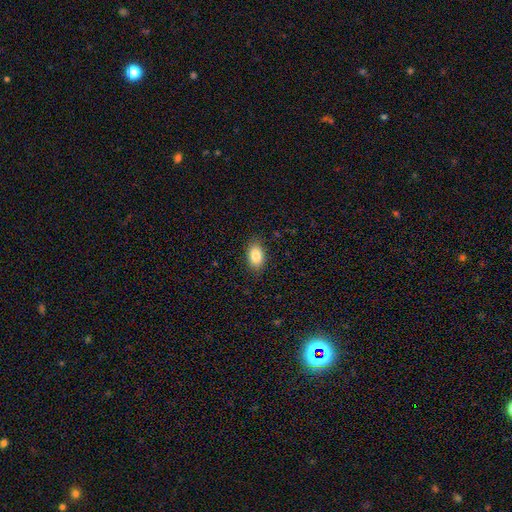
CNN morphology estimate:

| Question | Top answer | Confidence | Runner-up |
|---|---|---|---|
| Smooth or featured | smooth | 86% | star or artifact (8%) |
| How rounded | in between | 90% | round (8%) |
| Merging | none | 87% | minor disturbance (10%) |